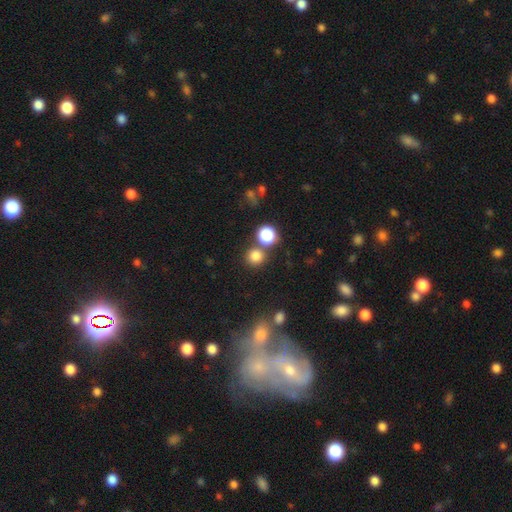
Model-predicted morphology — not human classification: smooth_or_featured: smooth (p=0.79) [alt: star or artifact p=0.16]
how_rounded: round (p=0.91) [alt: in between p=0.08]
merging: none (p=0.75) [alt: merger p=0.15]